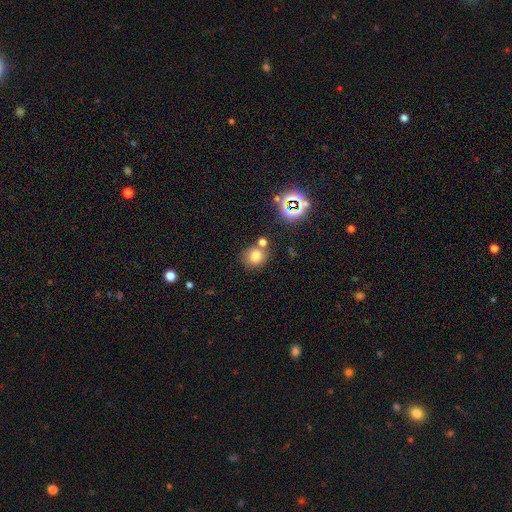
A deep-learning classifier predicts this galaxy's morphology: type=smooth (75%); roundness=round (73%); merging=none (62%).